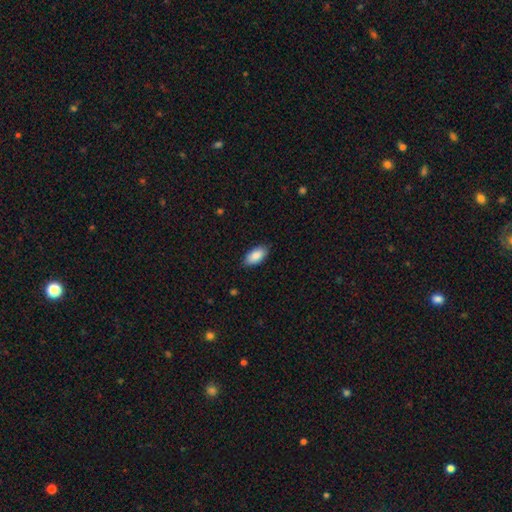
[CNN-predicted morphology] Overall: smooth (89%). How rounded: in between (94%). Merging: none (85%).